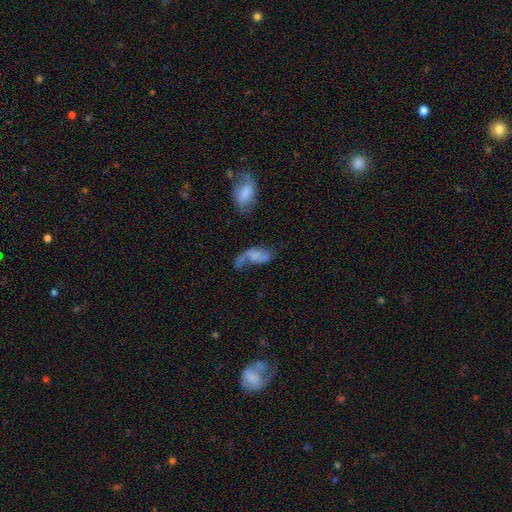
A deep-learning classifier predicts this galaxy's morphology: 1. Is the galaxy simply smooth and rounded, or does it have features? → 45% smooth, 44% featured or disk, 11% star or artifact.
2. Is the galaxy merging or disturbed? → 40% major disturbance, 24% none, 18% minor disturbance, 18% merger.